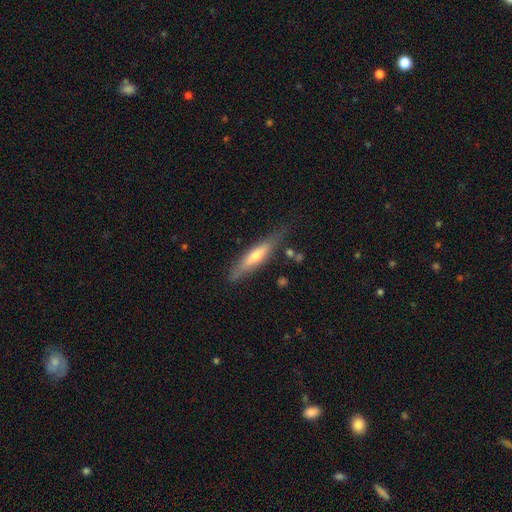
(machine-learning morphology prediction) Smooth or featured? Predicted: smooth (p=0.47, tied with featured or disk). Merging? Predicted: none (p=0.77).